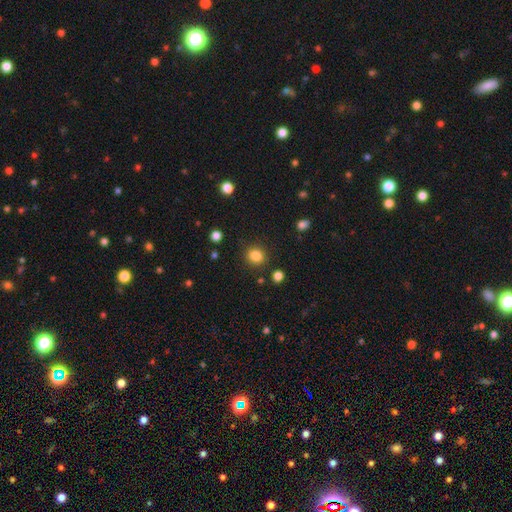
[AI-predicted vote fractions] Smooth or featured?
  - smooth: 84% *
  - star or artifact: 11%
  - featured or disk: 4%
How rounded?
  - round: 82% *
  - in between: 17%
  - cigar-shaped: 1%
Merging?
  - none: 87% *
  - minor disturbance: 8%
  - major disturbance: 3%
  - merger: 2%